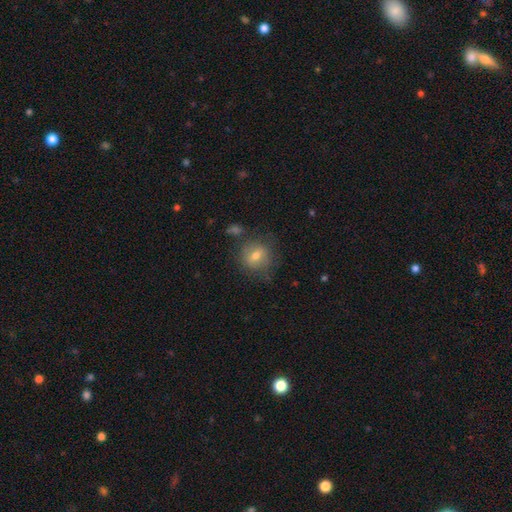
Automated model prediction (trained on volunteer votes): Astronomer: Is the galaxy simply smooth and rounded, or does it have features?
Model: smooth — 63%.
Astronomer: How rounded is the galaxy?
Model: round — 78%.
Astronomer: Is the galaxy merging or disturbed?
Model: none — 70%.